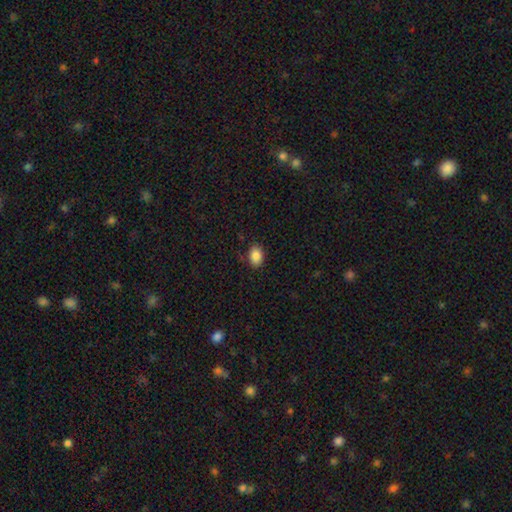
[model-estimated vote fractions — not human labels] smooth_or_featured: smooth (p=0.87) [alt: star or artifact p=0.08]
how_rounded: in between (p=0.81) [alt: round p=0.18]
merging: none (p=0.86) [alt: minor disturbance p=0.11]